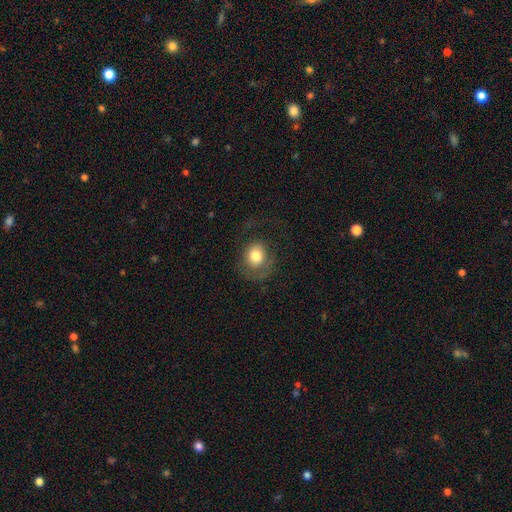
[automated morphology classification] Smooth or featured?
  - smooth: 71% *
  - featured or disk: 21%
  - star or artifact: 9%
How rounded?
  - round: 65% *
  - in between: 34%
  - cigar-shaped: 1%
Merging?
  - none: 51% *
  - major disturbance: 28%
  - minor disturbance: 20%
  - merger: 2%